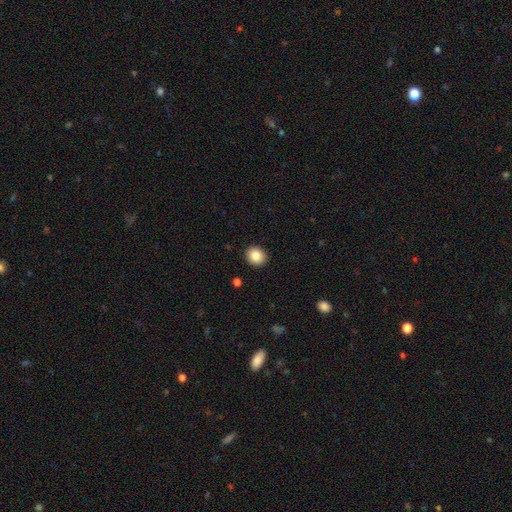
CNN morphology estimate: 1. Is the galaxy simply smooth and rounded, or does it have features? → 86% smooth, 9% star or artifact, 6% featured or disk.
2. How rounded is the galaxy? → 71% round, 28% in between, 1% cigar-shaped.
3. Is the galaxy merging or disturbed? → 92% none, 5% minor disturbance, 2% major disturbance, 1% merger.